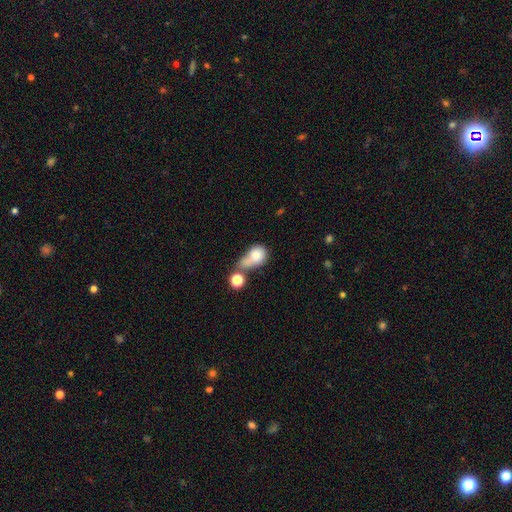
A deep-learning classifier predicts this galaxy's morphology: A smooth galaxy with no disk features (76%) that is in between round and cigar-shaped (50%).

Vote fractions:
- Smooth or featured? smooth: 76% / featured or disk: 15% / star or artifact: 9%
- How rounded? in between: 50% / round: 47% / cigar-shaped: 3%
- Merging? merger: 44% / major disturbance: 20% / none: 19% / minor disturbance: 16%